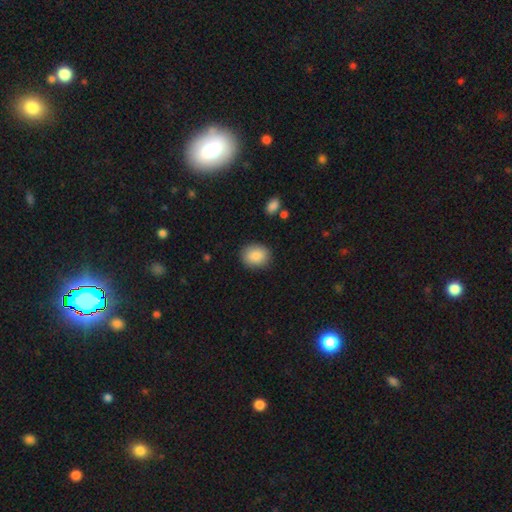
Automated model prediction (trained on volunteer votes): A smooth galaxy with no disk features (87%) that is round (57%).

Vote fractions:
- Smooth or featured? smooth: 87% / star or artifact: 7% / featured or disk: 5%
- How rounded? round: 57% / in between: 42% / cigar-shaped: 1%
- Merging? none: 86% / minor disturbance: 10% / major disturbance: 3% / merger: 1%